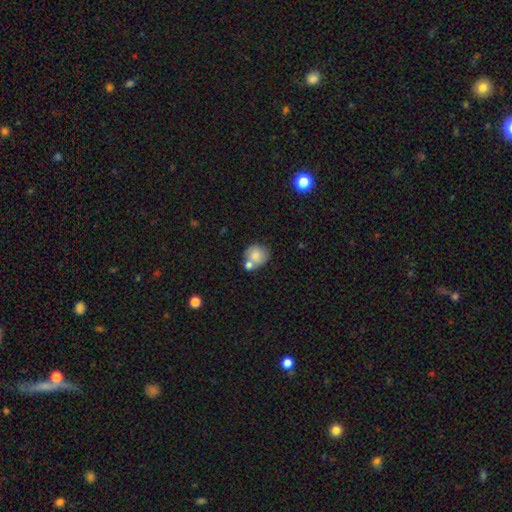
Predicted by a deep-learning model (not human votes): Overall: smooth (75%). How rounded: round (81%). Merging: none (49%; merger 34%).